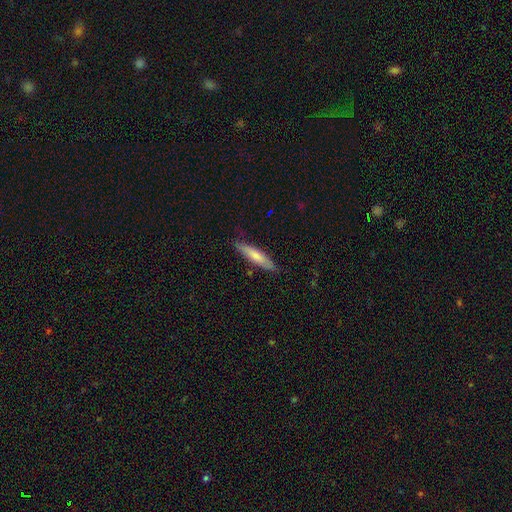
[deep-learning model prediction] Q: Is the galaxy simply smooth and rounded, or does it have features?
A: smooth — 68%.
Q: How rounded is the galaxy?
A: cigar-shaped — 82%.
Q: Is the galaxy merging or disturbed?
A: none — 81%.